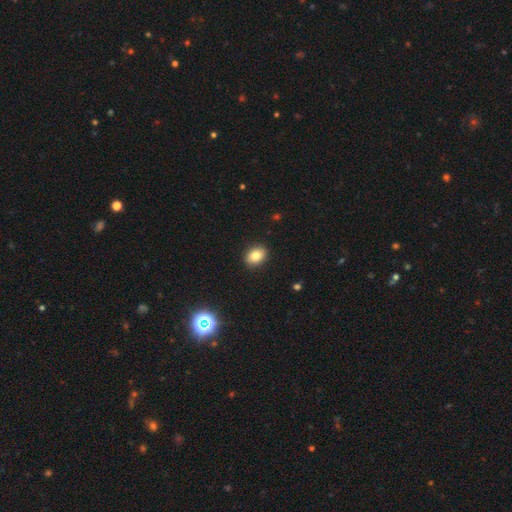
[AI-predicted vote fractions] Q: Smooth or featured?
A: smooth (83%); runner-up: star or artifact (10%)
Q: How rounded?
A: in between (71%); runner-up: round (28%)
Q: Merging?
A: none (90%); runner-up: minor disturbance (7%)